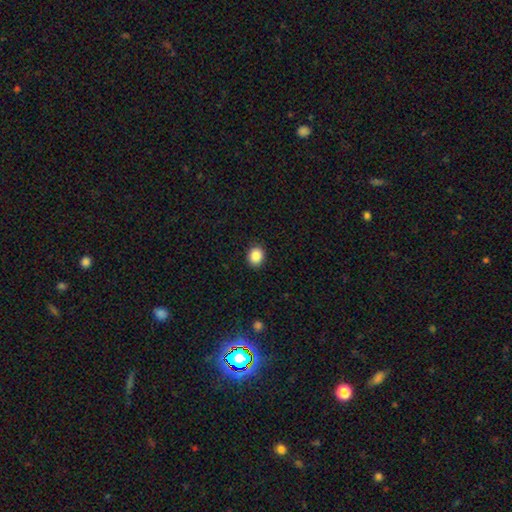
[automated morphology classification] Q: Smooth or featured?
A: smooth (88%); runner-up: star or artifact (9%)
Q: How rounded?
A: round (56%); runner-up: in between (43%)
Q: Merging?
A: none (90%); runner-up: minor disturbance (7%)